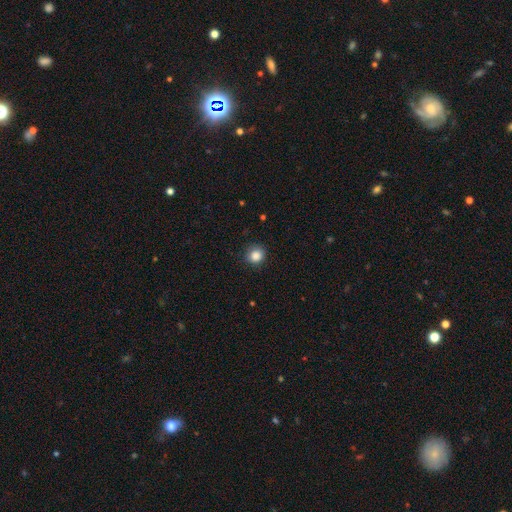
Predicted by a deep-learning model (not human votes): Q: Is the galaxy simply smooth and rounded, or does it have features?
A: smooth — 86%.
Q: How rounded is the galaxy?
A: round — 86%.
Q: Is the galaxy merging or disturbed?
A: none — 83%.